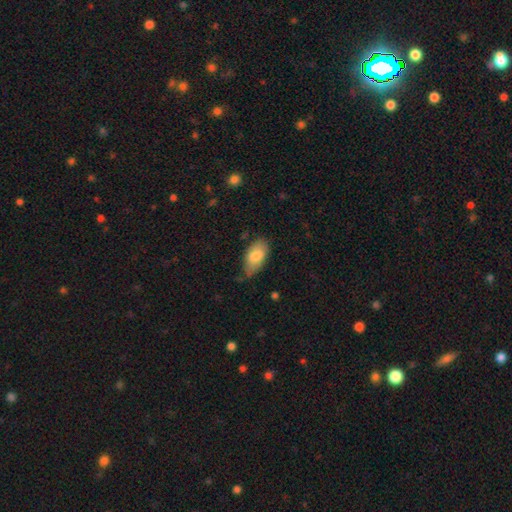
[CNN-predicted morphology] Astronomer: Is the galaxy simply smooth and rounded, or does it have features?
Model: smooth — 80%.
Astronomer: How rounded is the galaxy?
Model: in between — 93%.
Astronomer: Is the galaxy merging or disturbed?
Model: none — 58% (runner-up: minor disturbance, 33%).